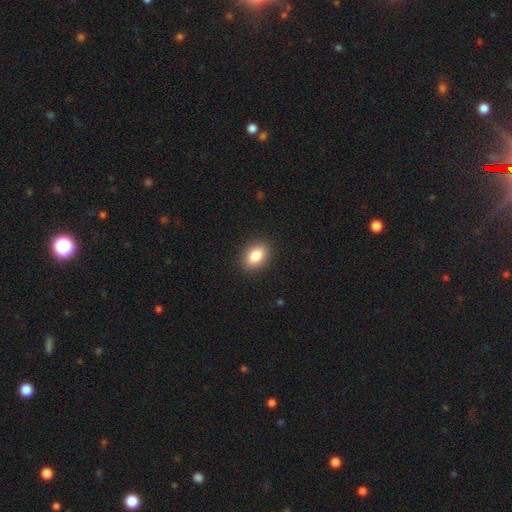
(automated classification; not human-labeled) Overall: smooth (85%). How rounded: in between (80%). Merging: none (90%).